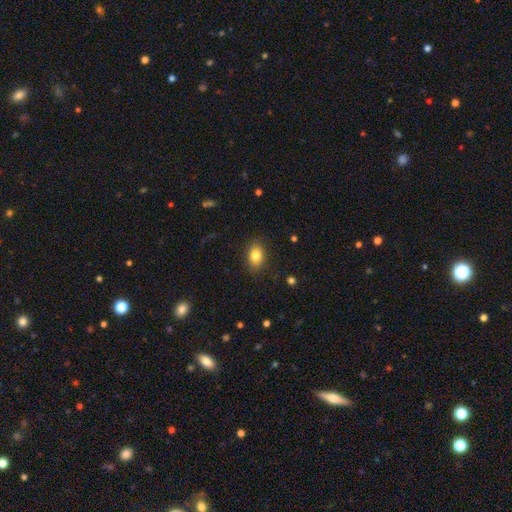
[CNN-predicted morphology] smooth 84%, star or artifact 9%, featured or disk 8%. Down the decision tree: how rounded — in between (82%); merging — none (85%).